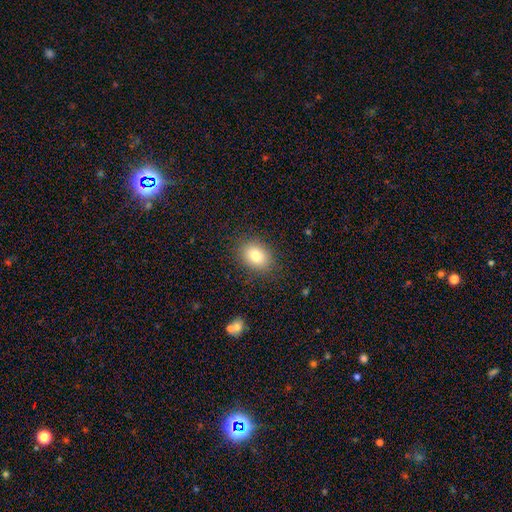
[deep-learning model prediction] A smooth galaxy with no disk features (80%) that is in between round and cigar-shaped (62%).

Vote fractions:
- Smooth or featured? smooth: 80% / star or artifact: 10% / featured or disk: 10%
- How rounded? in between: 62% / round: 37% / cigar-shaped: 1%
- Merging? none: 86% / minor disturbance: 10% / major disturbance: 3% / merger: 1%